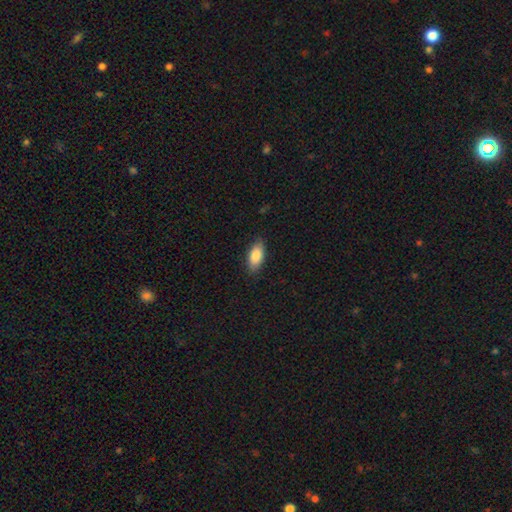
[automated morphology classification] Smooth or featured?
  - smooth: 84% *
  - featured or disk: 9%
  - star or artifact: 6%
How rounded?
  - in between: 88% *
  - cigar-shaped: 9%
  - round: 3%
Merging?
  - none: 86% *
  - minor disturbance: 11%
  - major disturbance: 2%
  - merger: 1%